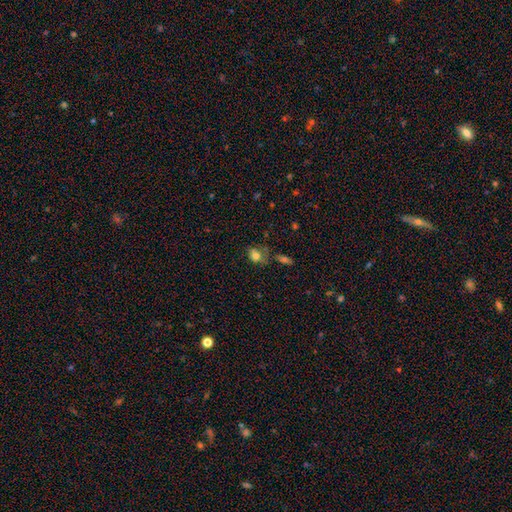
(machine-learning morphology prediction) smooth-or-featured: smooth: 75% | featured or disk: 13% | star or artifact: 12%
  how-rounded: in between: 58% | round: 40% | cigar-shaped: 2%
  merging: none: 45% | minor disturbance: 27% | major disturbance: 16% | merger: 12%